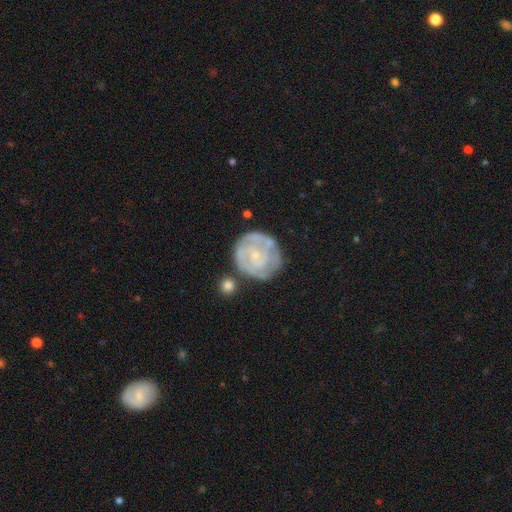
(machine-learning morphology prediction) Smooth or featured? Predicted: featured or disk (p=0.74). Edge-on disk? Predicted: no (p=0.98). Bar? Predicted: no (p=0.73). Spiral arms? Predicted: yes (p=0.82). Spiral winding? Predicted: tight (p=0.73). Spiral arm count? Predicted: can't tell (p=0.43). Bulge size? Predicted: small (p=0.76). Merging? Predicted: none (p=0.67).